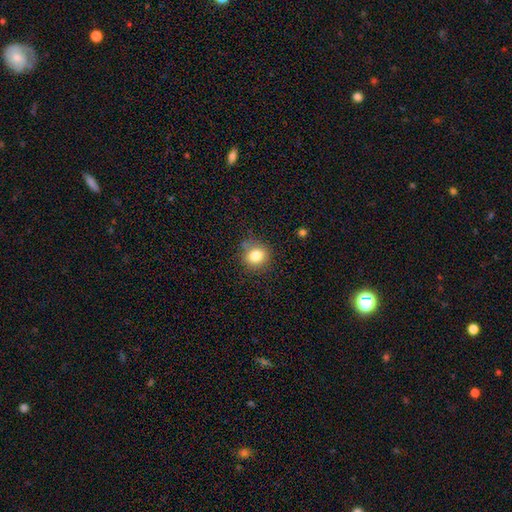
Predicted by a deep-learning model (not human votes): Morphology: type=smooth (82%); roundness=round (79%); merging=none (78%).